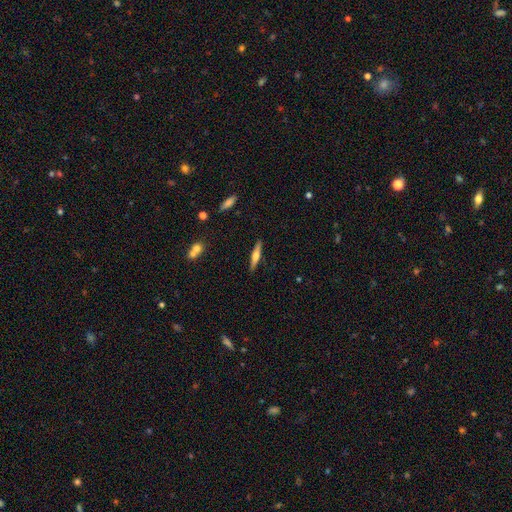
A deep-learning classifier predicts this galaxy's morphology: Overall: featured or disk (54%; smooth 40%). Edge-on disk: yes (96%). Edge-on bulge: rounded (86%). Merging: none (89%).